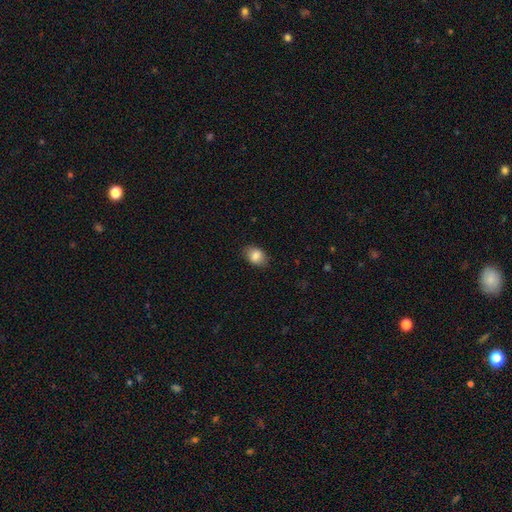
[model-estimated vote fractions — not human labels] A smooth galaxy with no disk features (84%) that is in between round and cigar-shaped (73%). Merging: none (84%).